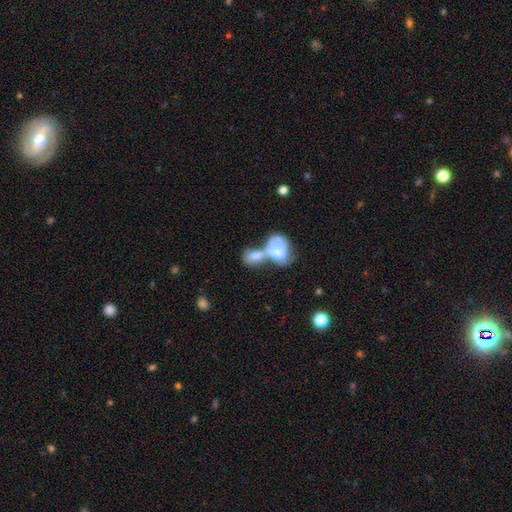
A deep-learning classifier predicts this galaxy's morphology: smooth-or-featured: smooth: 61% | featured or disk: 31% | star or artifact: 8%
  how-rounded: in between: 74% | round: 24% | cigar-shaped: 2%
  merging: merger: 75% | none: 10% | major disturbance: 9% | minor disturbance: 6%